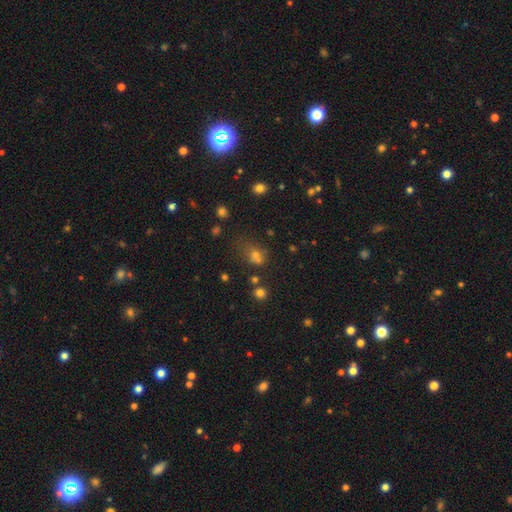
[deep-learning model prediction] Smooth or featured? smooth (57%)
How rounded? round (58%)
Merging? none (47%)